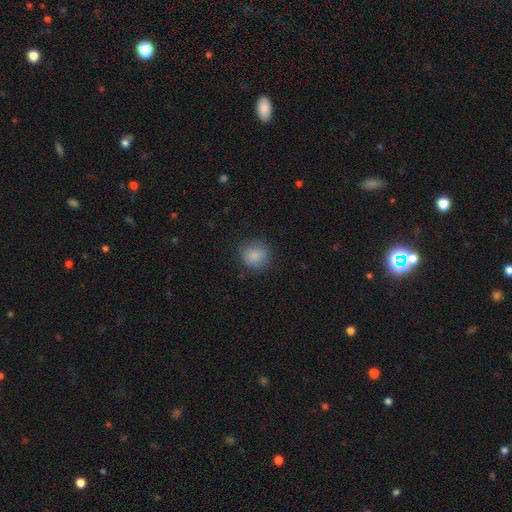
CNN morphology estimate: This appears to be a smooth galaxy with no disk features (85%) that is round (85%). Merging: none (80%).